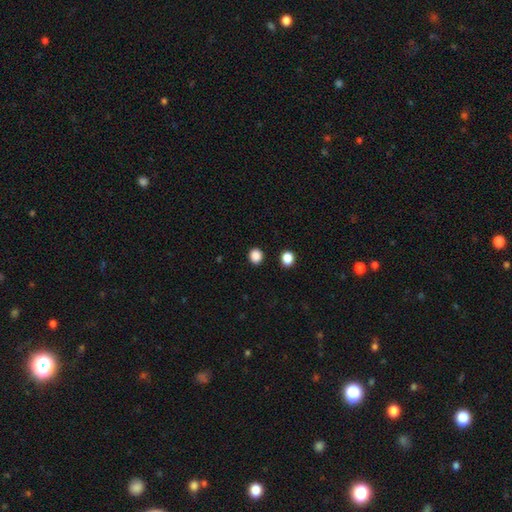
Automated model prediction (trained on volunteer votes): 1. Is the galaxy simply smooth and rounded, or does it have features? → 87% smooth, 11% star or artifact, 2% featured or disk.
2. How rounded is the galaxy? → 84% round, 15% in between, 1% cigar-shaped.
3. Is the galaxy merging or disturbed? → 91% none, 5% minor disturbance, 2% merger, 2% major disturbance.